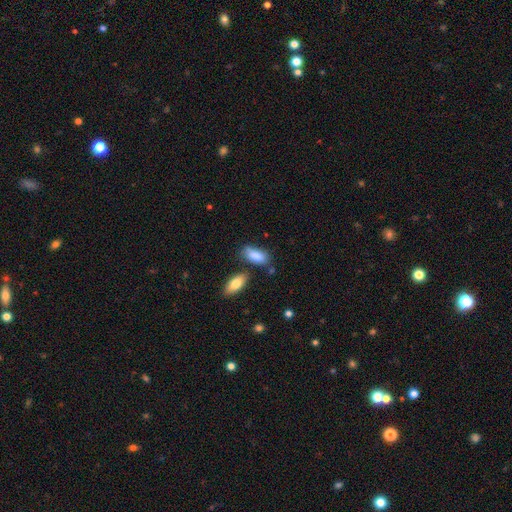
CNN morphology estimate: A smooth galaxy with no disk features (86%) that is in between round and cigar-shaped (87%). Merging: none (59%).